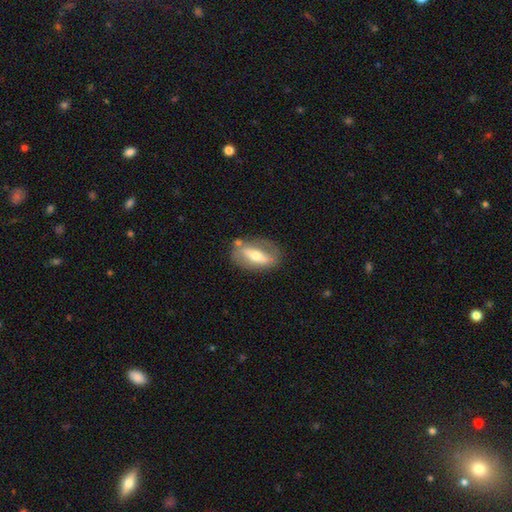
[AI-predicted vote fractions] Smooth or featured: featured or disk — 55% (smooth — 39%)
Edge-on disk: no — 73% (yes — 27%)
Merging: none — 69% (minor disturbance — 18%)